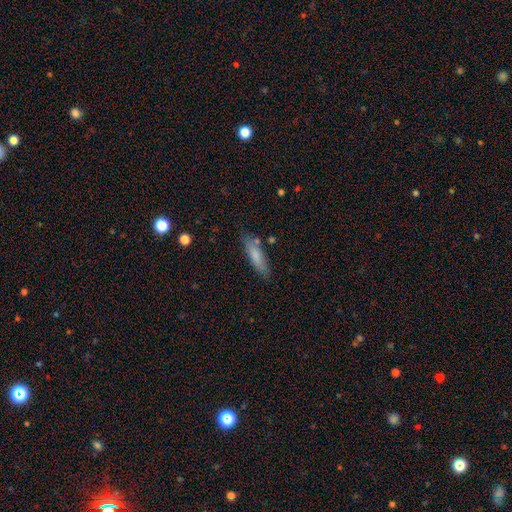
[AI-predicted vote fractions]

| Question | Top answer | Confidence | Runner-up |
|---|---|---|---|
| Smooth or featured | smooth | 78% | featured or disk (16%) |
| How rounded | cigar-shaped | 65% | in between (34%) |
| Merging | none | 76% | minor disturbance (15%) |